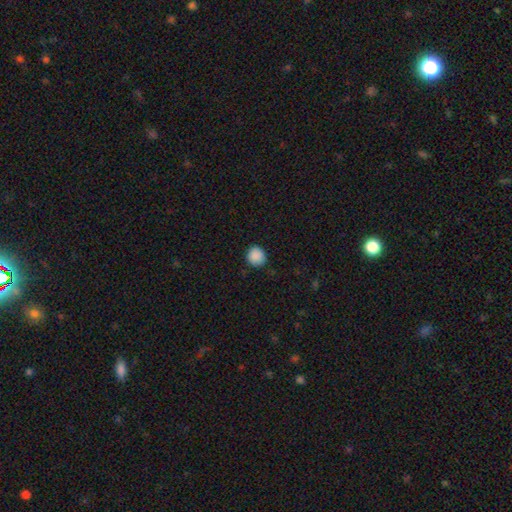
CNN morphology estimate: type=smooth (89%); roundness=round (89%); merging=none (86%).